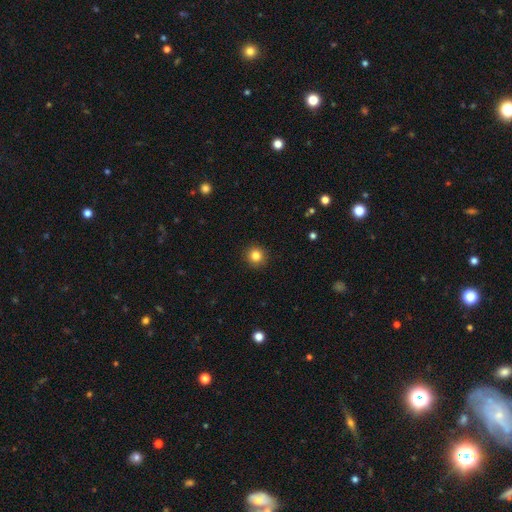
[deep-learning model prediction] Smooth or featured? Predicted: smooth (p=0.83). How rounded? Predicted: round (p=0.94). Merging? Predicted: none (p=0.93).